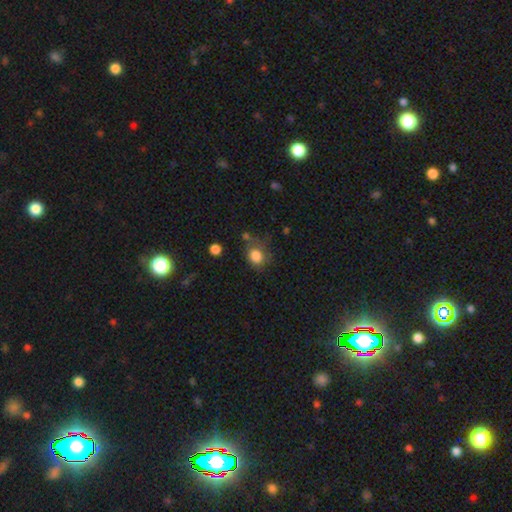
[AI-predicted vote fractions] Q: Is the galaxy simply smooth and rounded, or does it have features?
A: smooth — 83%.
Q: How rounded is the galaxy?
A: round — 57%.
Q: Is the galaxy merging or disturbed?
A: none — 56%.